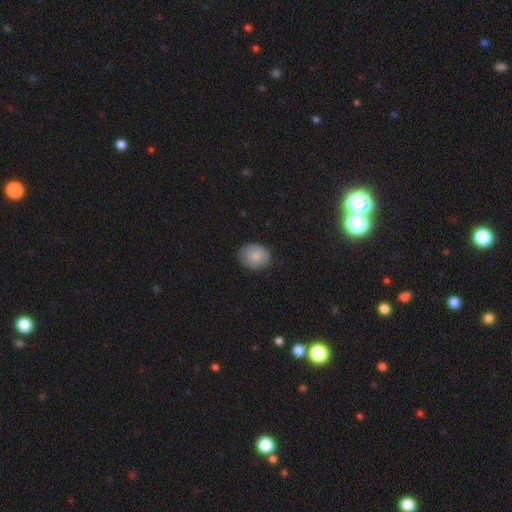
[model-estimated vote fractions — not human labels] Smooth or featured? smooth (84%)
How rounded? round (55%)
Merging? none (83%)